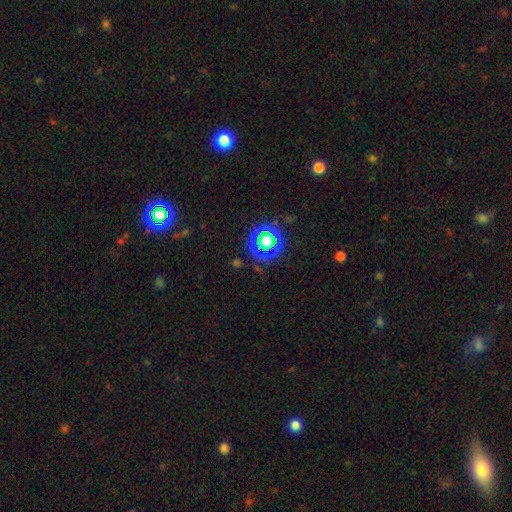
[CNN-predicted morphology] type=star or artifact (68%).